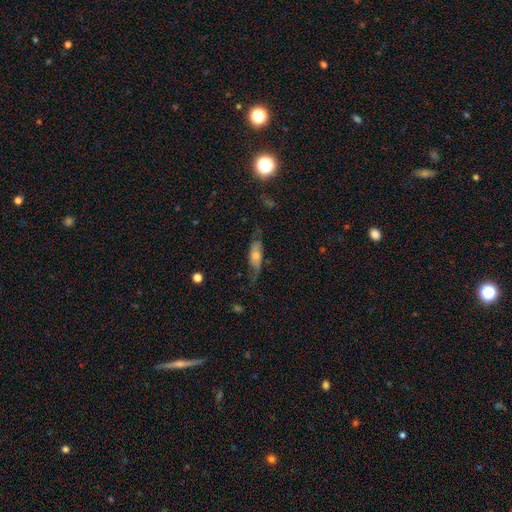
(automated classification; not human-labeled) A smooth galaxy with no disk features (52%) that is in between round and cigar-shaped (62%).

Vote fractions:
- Smooth or featured? smooth: 52% / featured or disk: 41% / star or artifact: 7%
- How rounded? in between: 62% / cigar-shaped: 35% / round: 3%
- Merging? none: 53% / minor disturbance: 29% / major disturbance: 16% / merger: 2%